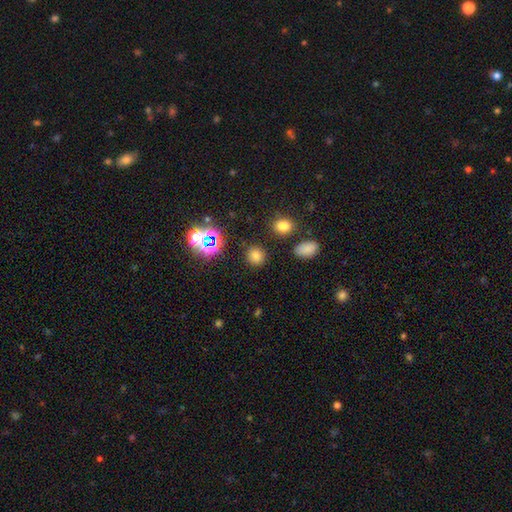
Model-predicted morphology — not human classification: Overall: smooth (73%). How rounded: round (87%). Merging: none (87%).